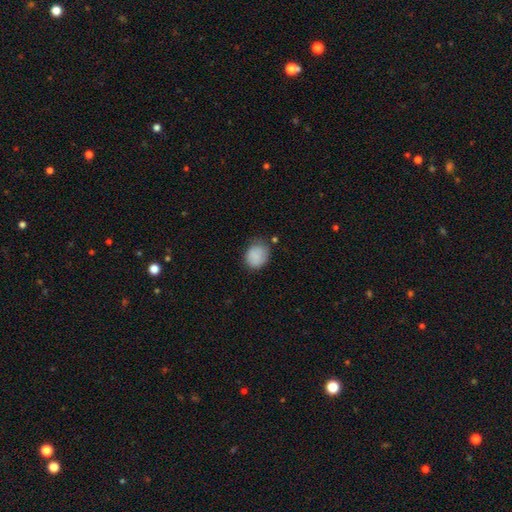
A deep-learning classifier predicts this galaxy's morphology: Q: Smooth or featured?
A: smooth (84%); runner-up: featured or disk (8%)
Q: How rounded?
A: round (57%); runner-up: in between (43%)
Q: Merging?
A: none (60%); runner-up: minor disturbance (29%)